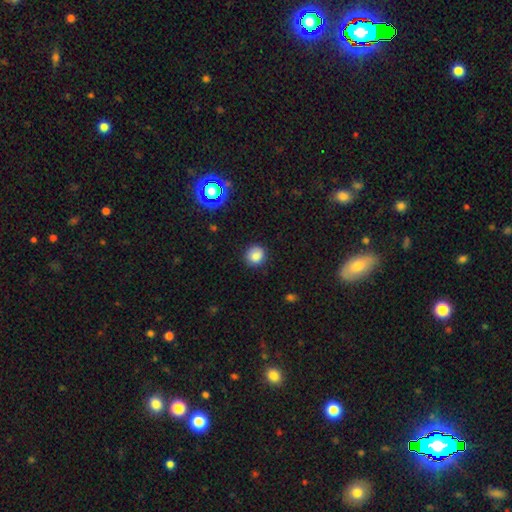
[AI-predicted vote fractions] Smooth or featured: smooth — 83% (star or artifact — 12%)
How rounded: round — 88% (in between — 11%)
Merging: none — 86% (minor disturbance — 10%)